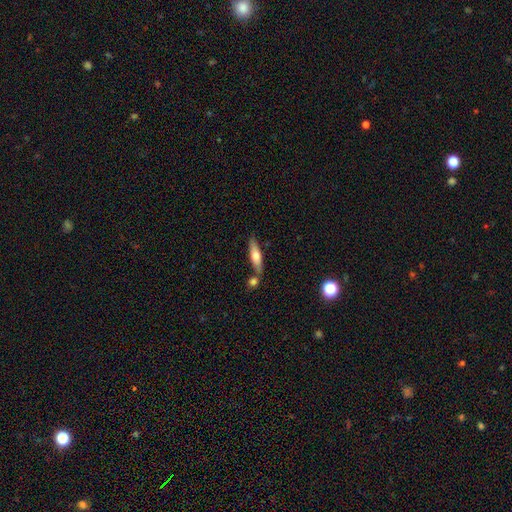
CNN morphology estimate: smooth 57%, featured or disk 37%, star or artifact 6%. Down the decision tree: how rounded — cigar-shaped (69%); merging — none (69%).